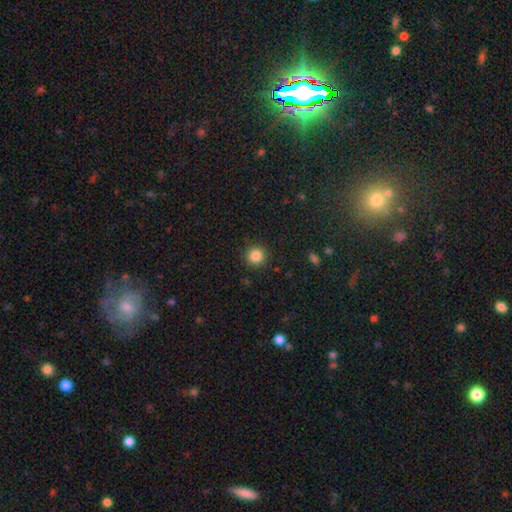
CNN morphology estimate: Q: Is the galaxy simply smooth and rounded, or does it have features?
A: smooth — 85%.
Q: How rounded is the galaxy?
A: round — 94%.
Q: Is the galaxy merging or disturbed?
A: none — 91%.